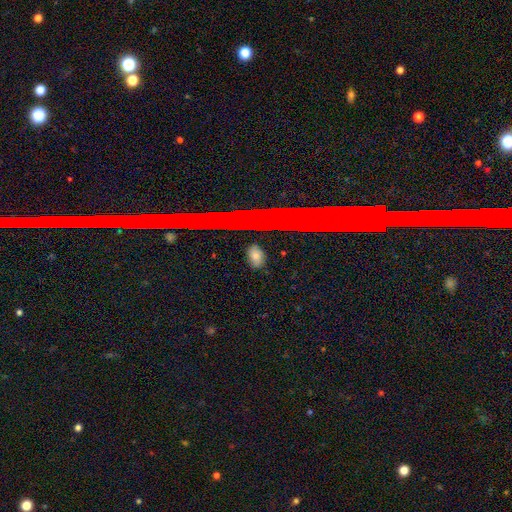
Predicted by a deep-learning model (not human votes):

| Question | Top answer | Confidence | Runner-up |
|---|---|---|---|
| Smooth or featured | smooth | 65% | star or artifact (20%) |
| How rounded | in between | 75% | round (19%) |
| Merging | none | 84% | minor disturbance (11%) |